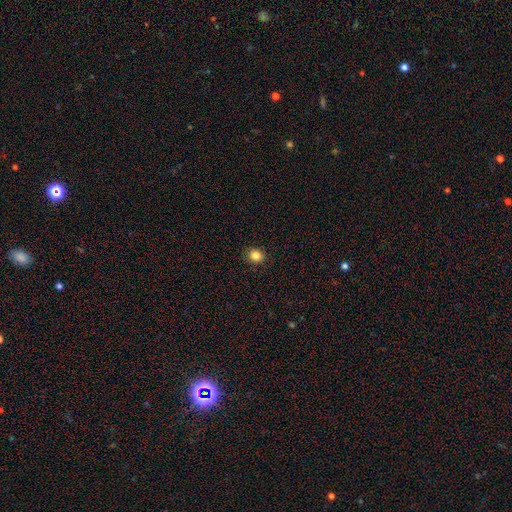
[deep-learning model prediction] The model was most divided on "how rounded": round: 75%, in between: 24%, cigar-shaped: 1%. More confident: merging — none (90%); smooth or featured — smooth (84%).